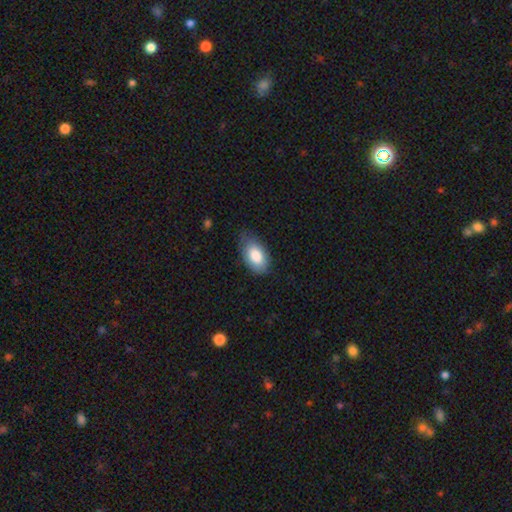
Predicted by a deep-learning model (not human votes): smooth 82%, featured or disk 12%, star or artifact 6%. Down the decision tree: how rounded — in between (94%); merging — none (67%).